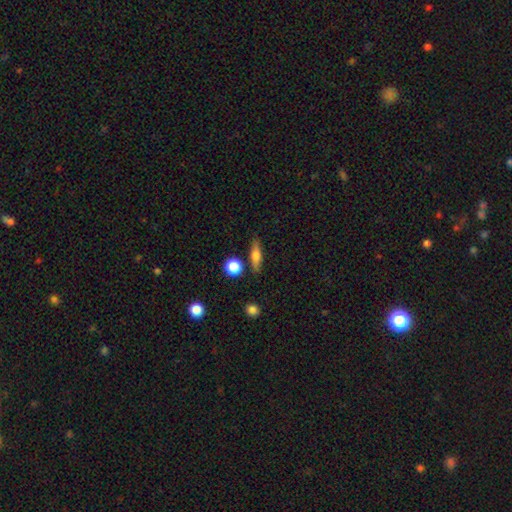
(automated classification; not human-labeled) A smooth galaxy with no disk features (61%) that is cigar-shaped (59%).

Vote fractions:
- Smooth or featured? smooth: 61% / featured or disk: 30% / star or artifact: 9%
- How rounded? cigar-shaped: 59% / in between: 33% / round: 8%
- Merging? none: 83% / minor disturbance: 10% / merger: 4% / major disturbance: 3%